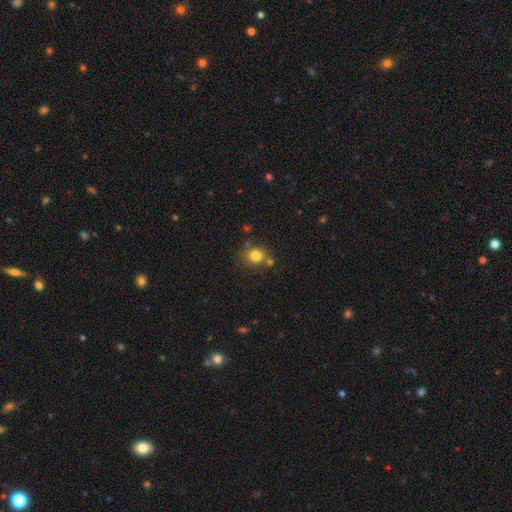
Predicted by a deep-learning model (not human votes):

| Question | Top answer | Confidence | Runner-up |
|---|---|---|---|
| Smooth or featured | smooth | 81% | star or artifact (12%) |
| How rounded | round | 82% | in between (17%) |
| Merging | none | 72% | merger (12%) |